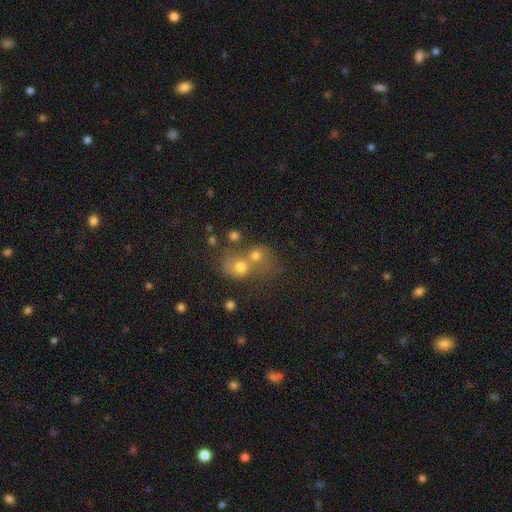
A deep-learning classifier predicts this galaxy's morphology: smooth_or_featured: smooth (p=0.69) [alt: featured or disk p=0.16]
how_rounded: round (p=0.73) [alt: in between p=0.26]
merging: merger (p=0.60) [alt: none p=0.27]